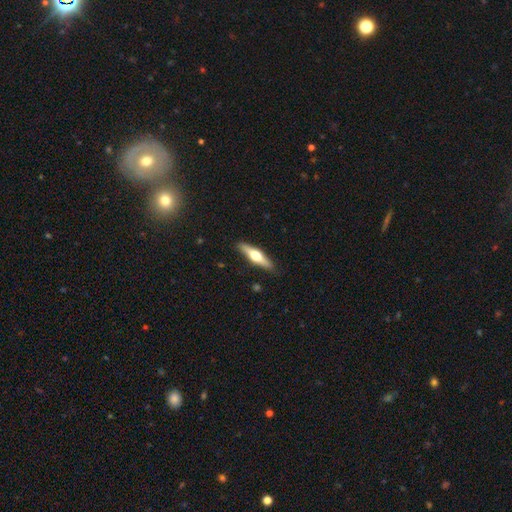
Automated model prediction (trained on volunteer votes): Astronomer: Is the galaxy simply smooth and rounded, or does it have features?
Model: featured or disk — 62%.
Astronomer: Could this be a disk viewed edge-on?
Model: yes — 95%.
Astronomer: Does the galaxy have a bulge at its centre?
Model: rounded — 96%.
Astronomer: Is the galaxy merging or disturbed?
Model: none — 89%.